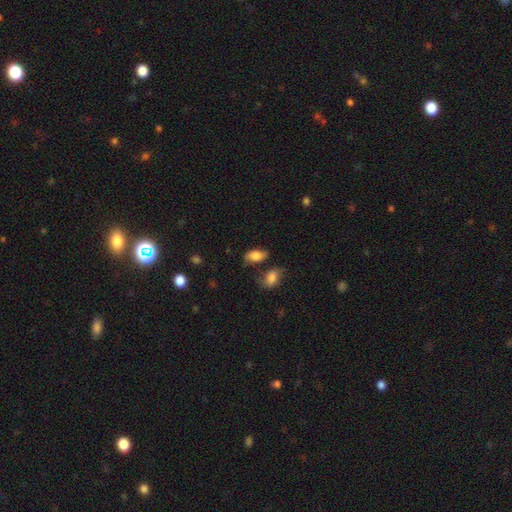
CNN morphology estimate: Smooth or featured? Predicted: smooth (p=0.72). How rounded? Predicted: in between (p=0.90). Merging? Predicted: none (p=0.52).